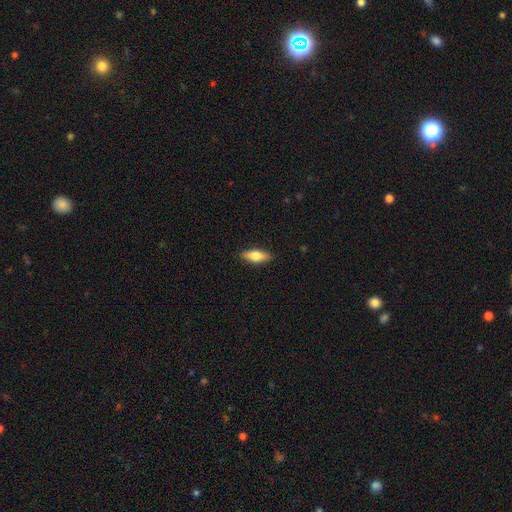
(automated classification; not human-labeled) Smooth or featured?
  - smooth: 65% *
  - featured or disk: 28%
  - star or artifact: 6%
How rounded?
  - in between: 64% *
  - cigar-shaped: 33%
  - round: 3%
Merging?
  - none: 89% *
  - minor disturbance: 8%
  - major disturbance: 2%
  - merger: 1%